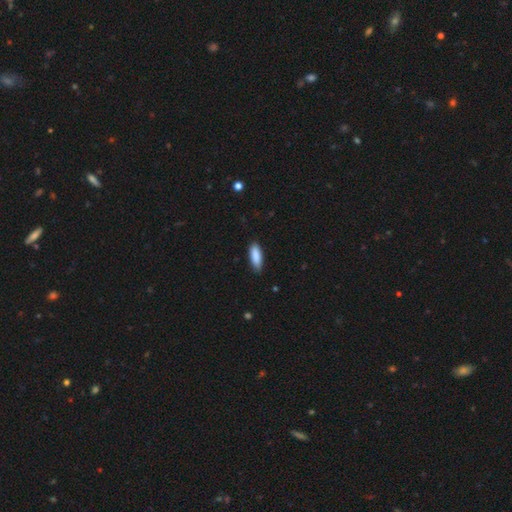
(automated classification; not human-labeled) Overall: smooth (88%). How rounded: in between (59%; cigar-shaped 39%). Merging: none (83%).